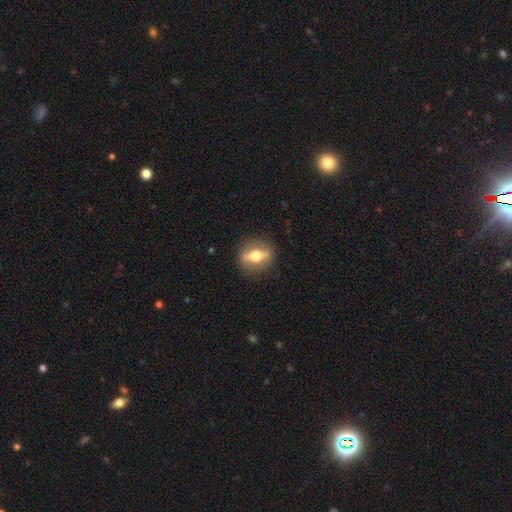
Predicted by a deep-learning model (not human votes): A featured or disk galaxy (60%) viewed edge-on (60%).

Vote fractions:
- Smooth or featured? featured or disk: 60% / smooth: 33% / star or artifact: 7%
- Edge-on disk? yes: 60% / no: 40%
- Merging? none: 85% / minor disturbance: 10% / major disturbance: 4% / merger: 1%